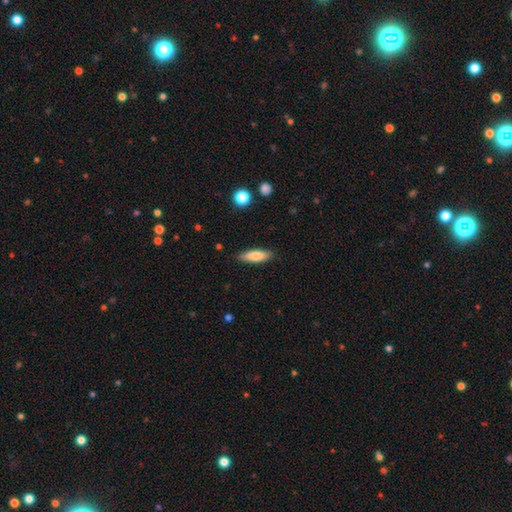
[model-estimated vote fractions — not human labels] smooth 78%, featured or disk 16%, star or artifact 6%. Down the decision tree: how rounded — cigar-shaped (52%); merging — none (86%).